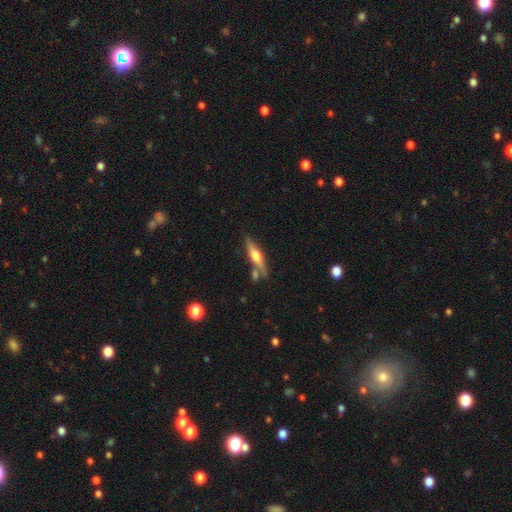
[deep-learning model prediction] A featured or disk galaxy (62%) viewed edge-on (96%) with a rounded central bulge (90%).

Vote fractions:
- Smooth or featured? featured or disk: 62% / smooth: 32% / star or artifact: 6%
- Edge-on disk? yes: 96% / no: 4%
- Edge-on bulge? rounded: 90% / boxy: 6% / none: 4%
- Merging? none: 74% / minor disturbance: 12% / merger: 11% / major disturbance: 3%